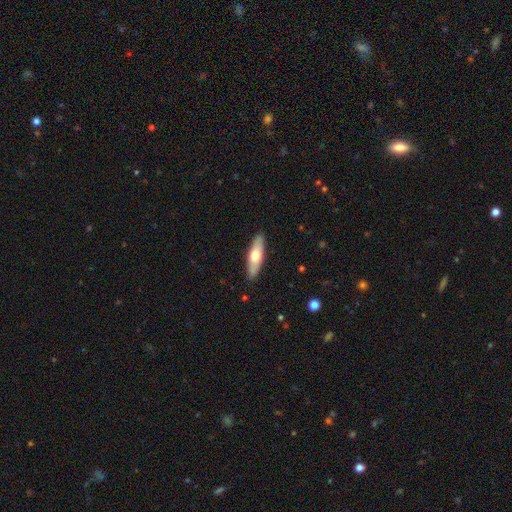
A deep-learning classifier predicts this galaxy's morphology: A smooth galaxy with no disk features (58%) that is cigar-shaped (56%). Merging: none (89%).